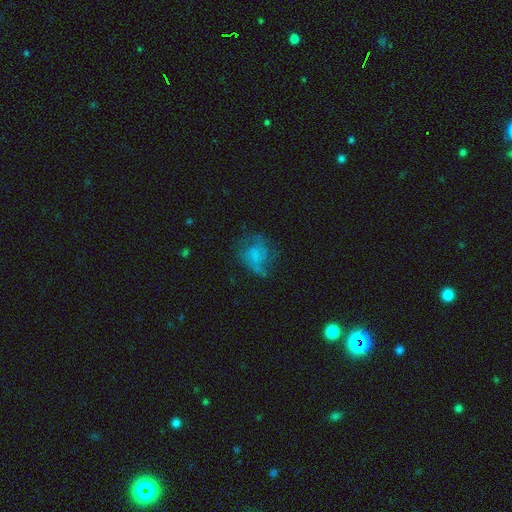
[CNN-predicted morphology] This appears to be a featured or disk galaxy (52%) with no bar (67%), spiral arms (74%) and no central bulge (57%). Merging: none (49%).